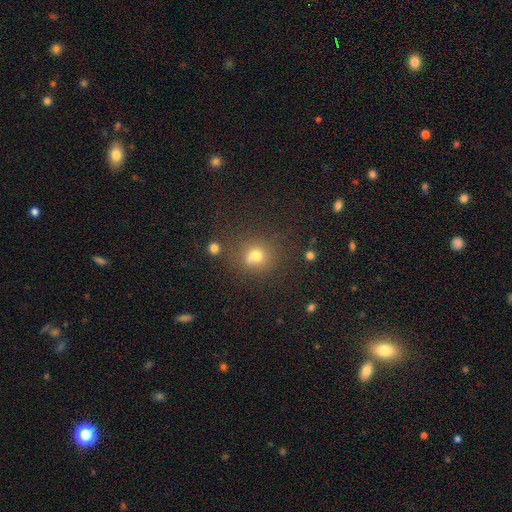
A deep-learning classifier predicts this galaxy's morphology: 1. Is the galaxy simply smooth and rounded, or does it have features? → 71% smooth, 19% star or artifact, 10% featured or disk.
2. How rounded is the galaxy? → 81% round, 18% in between, 1% cigar-shaped.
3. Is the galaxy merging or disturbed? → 63% none, 17% minor disturbance, 13% merger, 8% major disturbance.